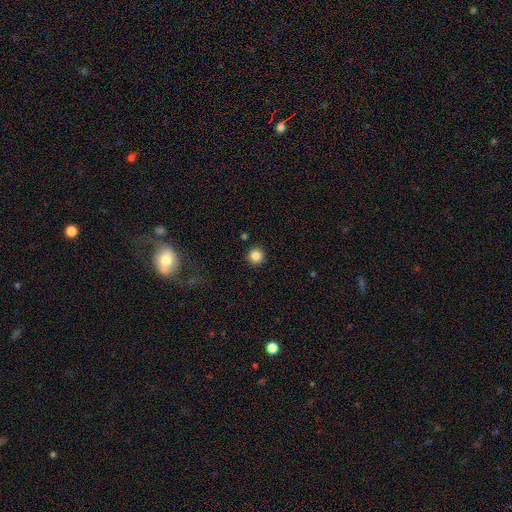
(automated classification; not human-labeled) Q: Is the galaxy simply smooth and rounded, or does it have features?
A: smooth — 84%.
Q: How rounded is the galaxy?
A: round — 95%.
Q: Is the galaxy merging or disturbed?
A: none — 91%.